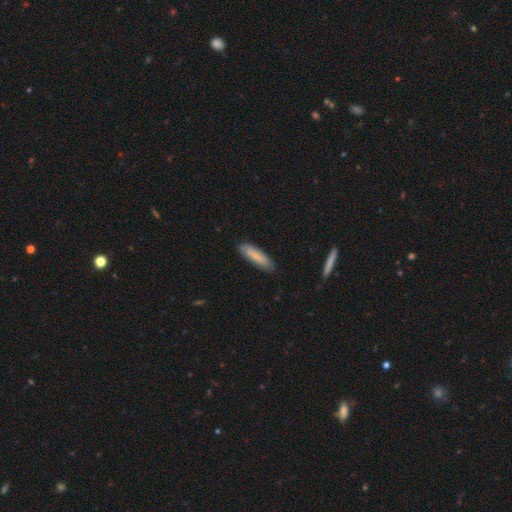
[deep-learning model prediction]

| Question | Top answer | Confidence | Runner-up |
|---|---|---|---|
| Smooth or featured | smooth | 80% | featured or disk (14%) |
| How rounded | cigar-shaped | 68% | in between (31%) |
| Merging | none | 84% | minor disturbance (12%) |